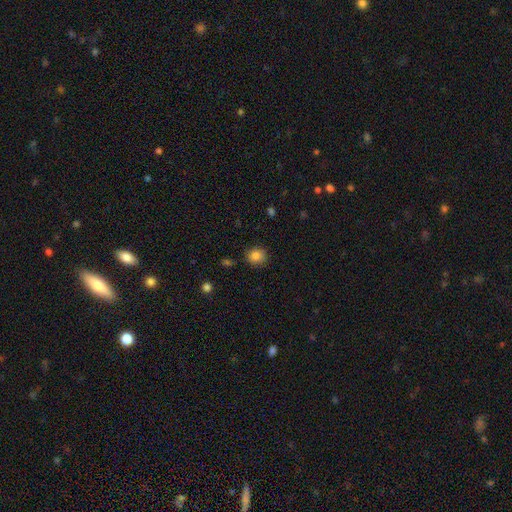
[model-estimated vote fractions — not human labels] Smooth or featured? Predicted: smooth (p=0.85). How rounded? Predicted: round (p=0.82). Merging? Predicted: none (p=0.86).